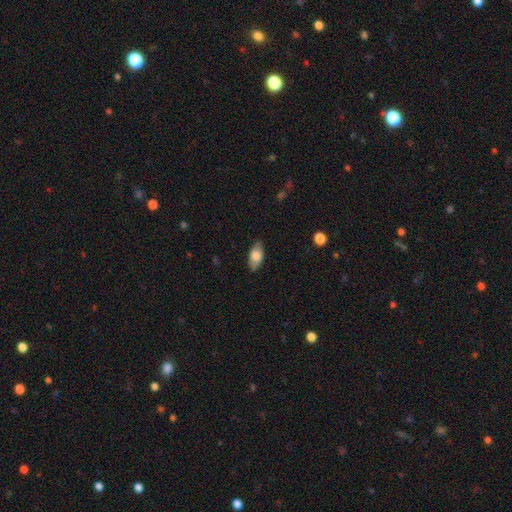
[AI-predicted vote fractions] A smooth galaxy with no disk features (76%) that is in between round and cigar-shaped (90%). Merging: none (83%).